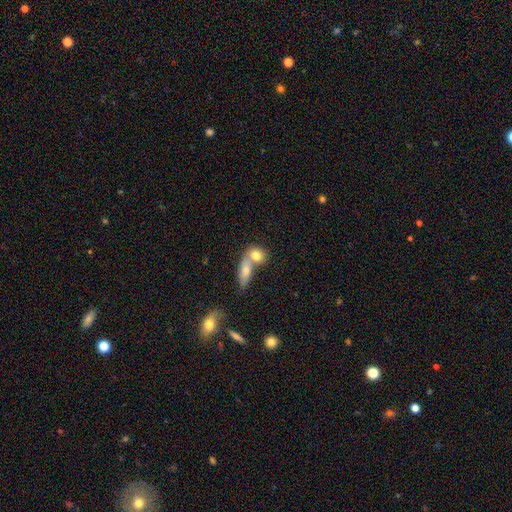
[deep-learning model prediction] smooth_or_featured: smooth (p=0.78) [alt: featured or disk p=0.14]
how_rounded: in between (p=0.55) [alt: round p=0.38]
merging: merger (p=0.57) [alt: none p=0.33]